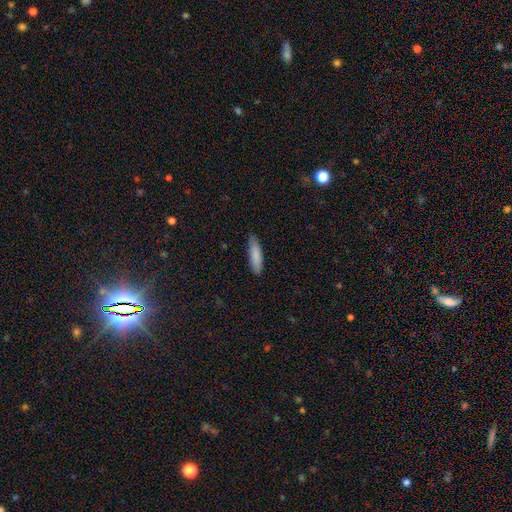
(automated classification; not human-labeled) A smooth galaxy with no disk features (86%) that is cigar-shaped (65%).

Vote fractions:
- Smooth or featured? smooth: 86% / featured or disk: 9% / star or artifact: 6%
- How rounded? cigar-shaped: 65% / in between: 34% / round: 1%
- Merging? none: 81% / minor disturbance: 16% / major disturbance: 2% / merger: 1%